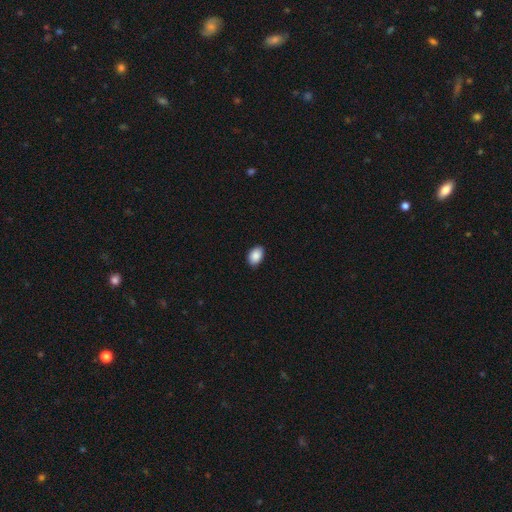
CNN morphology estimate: smooth-or-featured: smooth: 90% | star or artifact: 7% | featured or disk: 3%
  how-rounded: in between: 87% | round: 12% | cigar-shaped: 1%
  merging: none: 89% | minor disturbance: 9% | major disturbance: 2% | merger: 1%